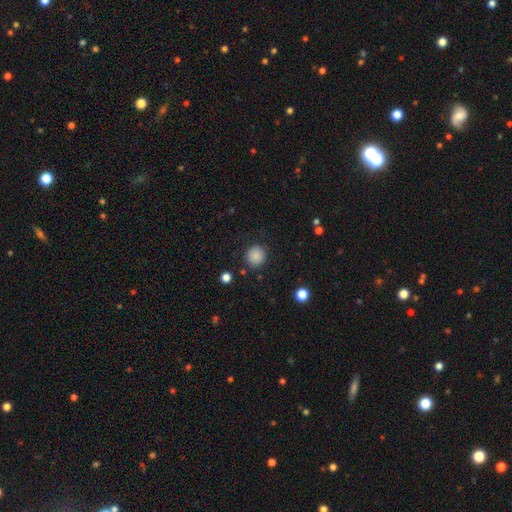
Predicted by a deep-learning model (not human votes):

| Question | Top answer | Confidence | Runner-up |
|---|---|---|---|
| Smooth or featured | smooth | 87% | star or artifact (10%) |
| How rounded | round | 91% | in between (8%) |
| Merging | none | 89% | minor disturbance (7%) |